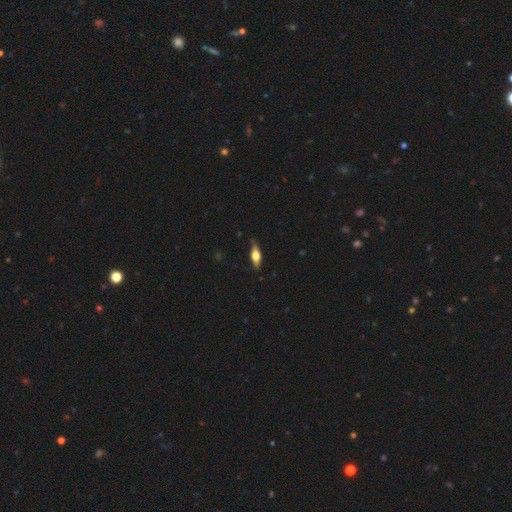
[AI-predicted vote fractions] Smooth or featured: smooth — 53% (featured or disk — 41%)
How rounded: in between — 59% (cigar-shaped — 37%)
Merging: none — 80% (minor disturbance — 16%)